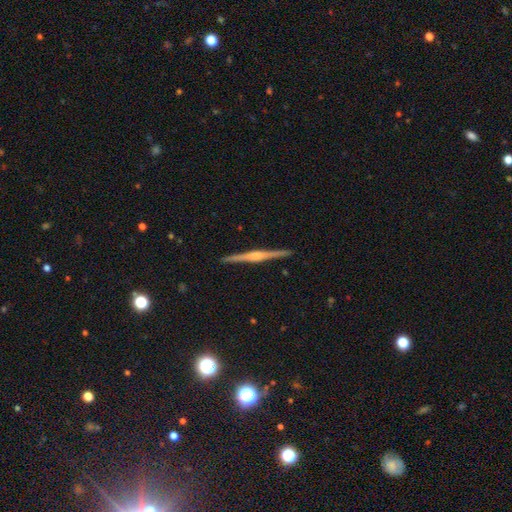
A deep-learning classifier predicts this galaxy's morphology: smooth-or-featured: featured or disk: 81% | smooth: 13% | star or artifact: 6%
  disk-edge-on: yes: 99% | no: 1%
    edge-on-bulge: rounded: 67% | boxy: 21% | none: 11%
  merging: none: 93% | minor disturbance: 5% | major disturbance: 1% | merger: 1%